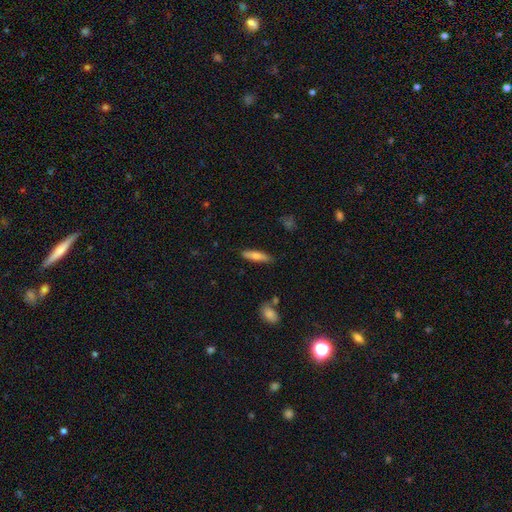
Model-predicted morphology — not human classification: This is likely a smooth galaxy (66%). How rounded: likely cigar-shaped (70%). Merging: clearly none (85%).